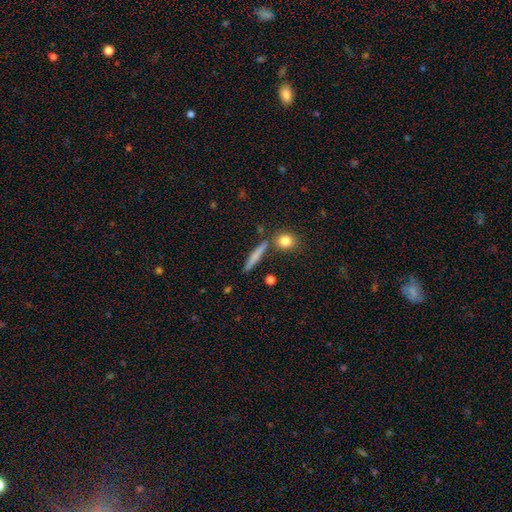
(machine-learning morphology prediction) Overall: smooth (64%; featured or disk 28%). How rounded: cigar-shaped (88%). Merging: none (81%).